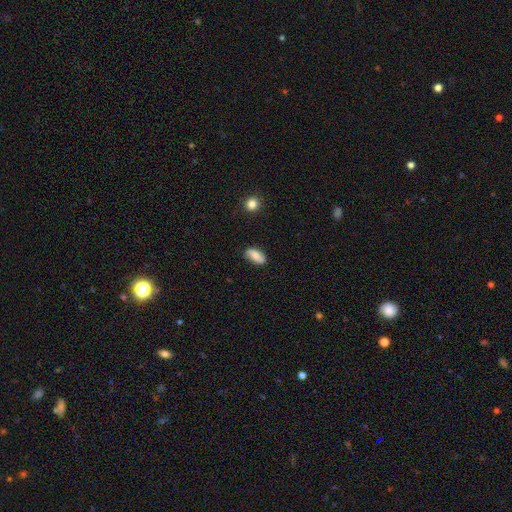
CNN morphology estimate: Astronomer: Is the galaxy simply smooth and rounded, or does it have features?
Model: smooth — 78%.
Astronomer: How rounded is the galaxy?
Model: in between — 88%.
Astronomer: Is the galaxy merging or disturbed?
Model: none — 78%.